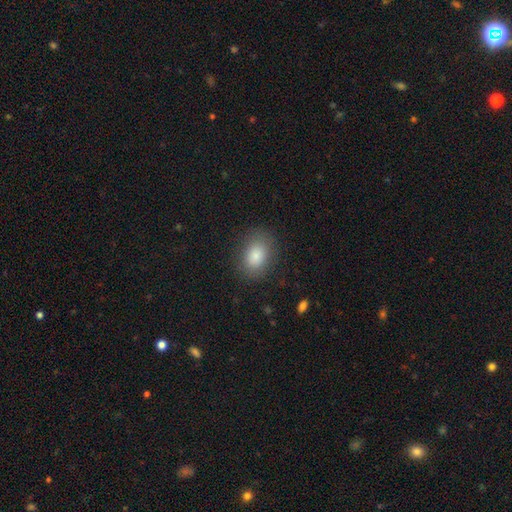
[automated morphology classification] smooth-or-featured: smooth: 84% | star or artifact: 8% | featured or disk: 8%
  how-rounded: in between: 74% | round: 25% | cigar-shaped: 1%
  merging: none: 83% | minor disturbance: 12% | major disturbance: 5% | merger: 1%